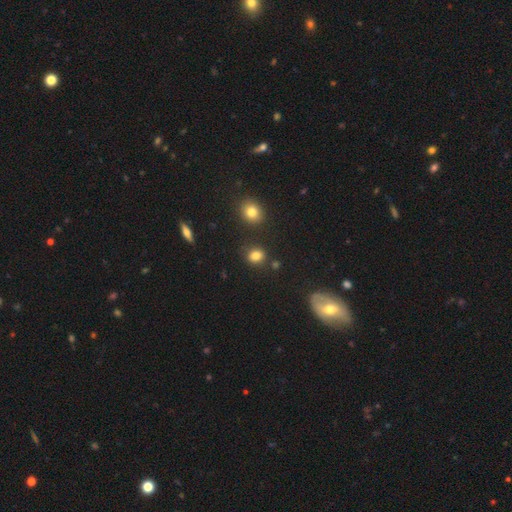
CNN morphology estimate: Q: Smooth or featured?
A: smooth (82%); runner-up: star or artifact (12%)
Q: How rounded?
A: round (59%); runner-up: in between (39%)
Q: Merging?
A: none (80%); runner-up: minor disturbance (11%)